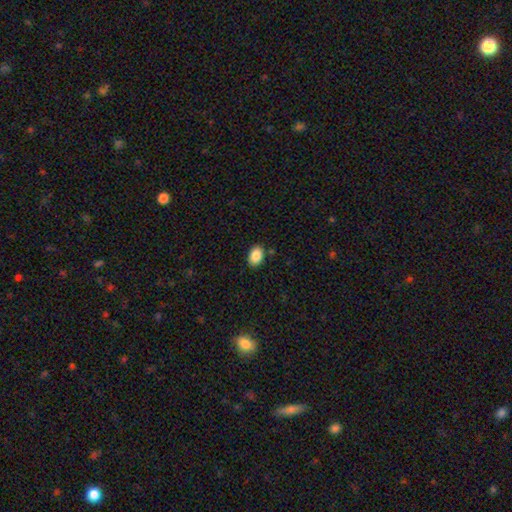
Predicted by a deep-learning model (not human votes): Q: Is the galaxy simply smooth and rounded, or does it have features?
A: smooth — 88%.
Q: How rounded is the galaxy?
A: in between — 83%.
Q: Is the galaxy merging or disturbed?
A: none — 87%.